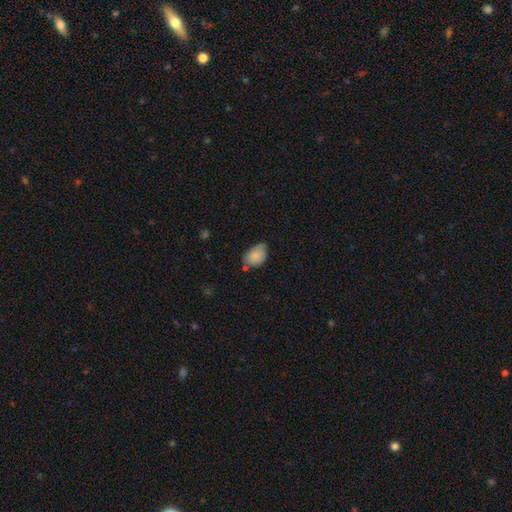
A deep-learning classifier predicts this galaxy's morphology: Smooth or featured? smooth (84%)
How rounded? in between (84%)
Merging? none (53%)